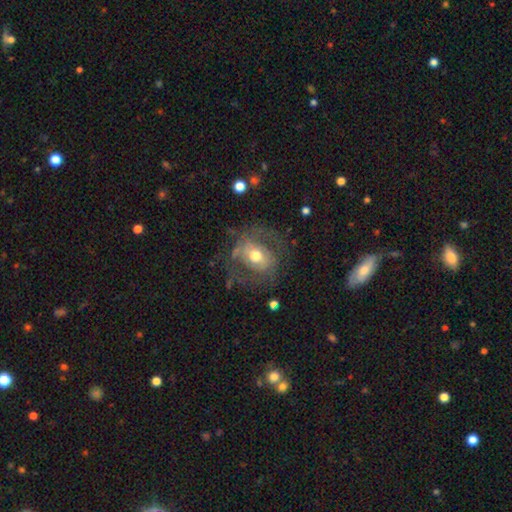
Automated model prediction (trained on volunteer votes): Smooth or featured: featured or disk — 67% (smooth — 26%)
Edge-on disk: no — 96% (yes — 4%)
Bar: no — 53% (weak — 33%)
Spiral arms: yes — 62% (no — 38%)
Bulge size: moderate — 72% (large — 14%)
Merging: none — 58% (major disturbance — 20%)